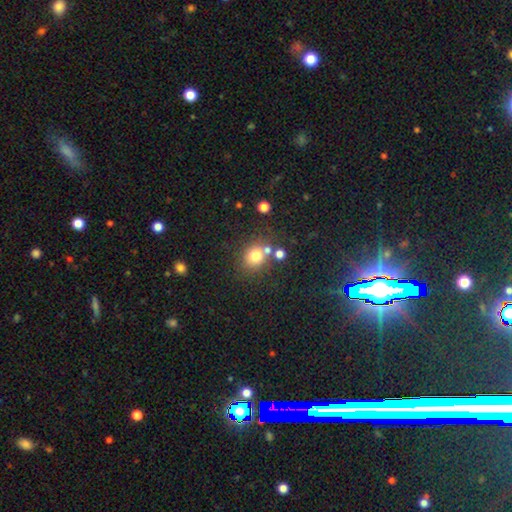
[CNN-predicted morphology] Smooth or featured? smooth (75%)
How rounded? round (80%)
Merging? none (66%)